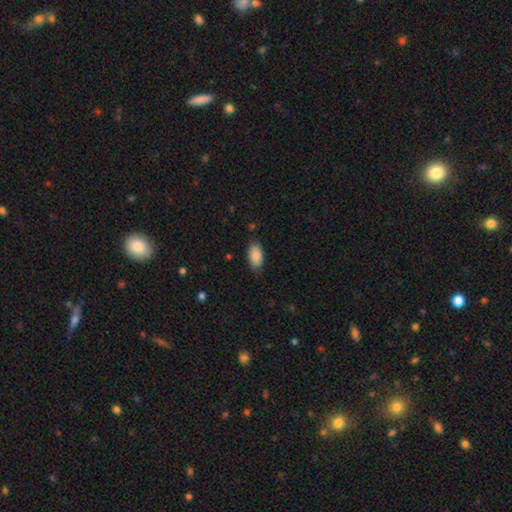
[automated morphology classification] Smooth or featured? Predicted: smooth (p=0.88). How rounded? Predicted: in between (p=0.94). Merging? Predicted: none (p=0.82).